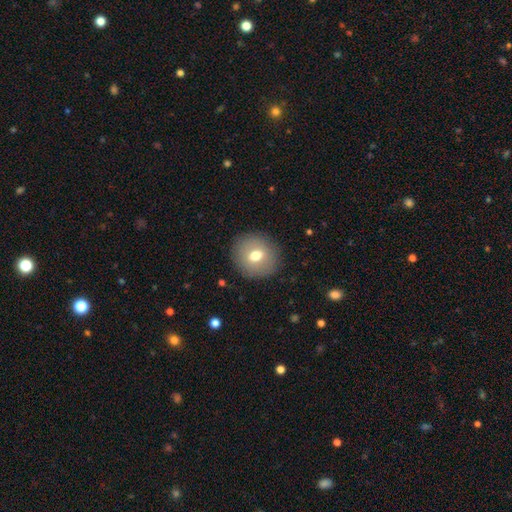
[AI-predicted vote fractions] Smooth or featured: smooth — 69% (featured or disk — 22%)
How rounded: round — 85% (in between — 14%)
Merging: none — 88% (minor disturbance — 7%)